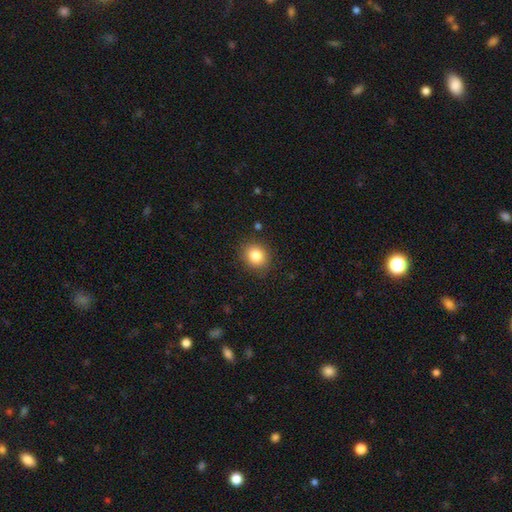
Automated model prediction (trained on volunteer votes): Smooth or featured: smooth — 84% (star or artifact — 10%)
How rounded: round — 77% (in between — 22%)
Merging: none — 88% (minor disturbance — 8%)